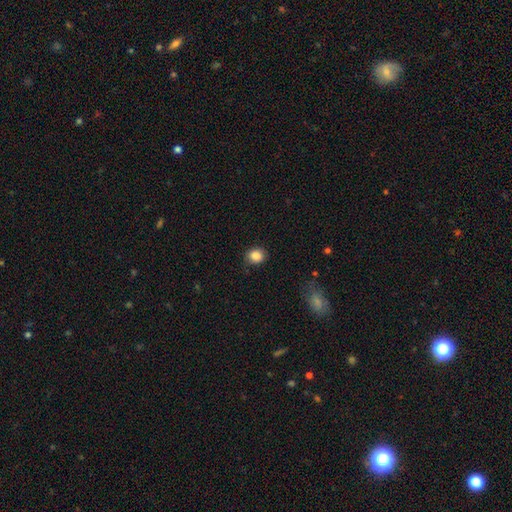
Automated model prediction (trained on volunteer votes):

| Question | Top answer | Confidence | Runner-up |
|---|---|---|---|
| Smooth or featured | smooth | 86% | star or artifact (9%) |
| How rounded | round | 70% | in between (29%) |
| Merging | none | 80% | minor disturbance (15%) |